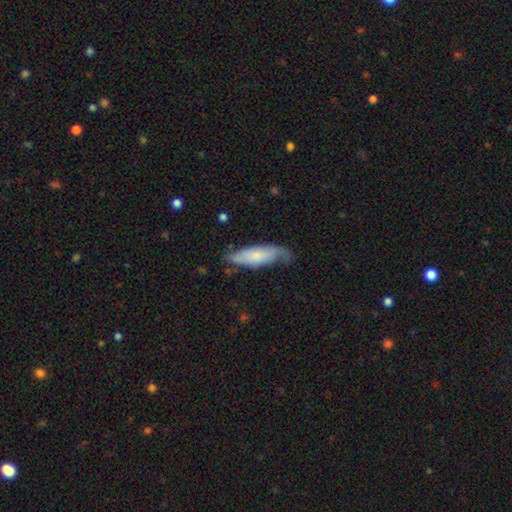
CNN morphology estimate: Smooth or featured? smooth (61%)
How rounded? in between (53%)
Merging? none (54%)